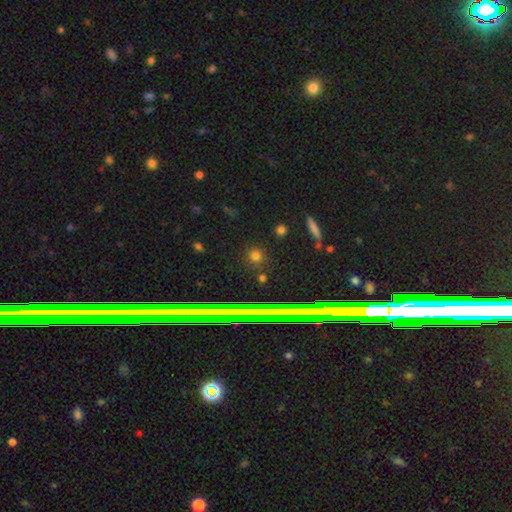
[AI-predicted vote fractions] This is likely a smooth galaxy (69%). How rounded: clearly round (86%). Merging: clearly none (87%).